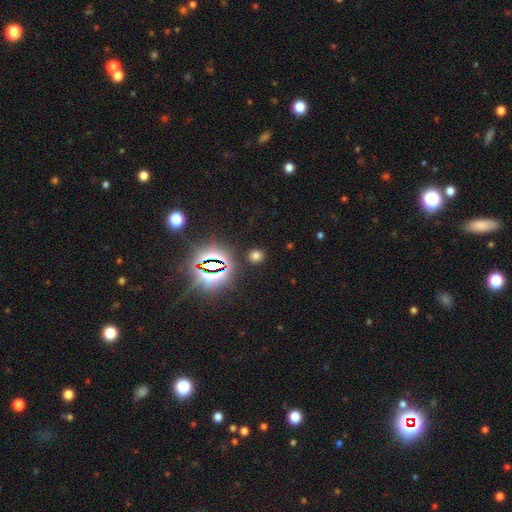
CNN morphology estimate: A smooth galaxy with no disk features (62%) that is round (86%). Merging: none (88%).